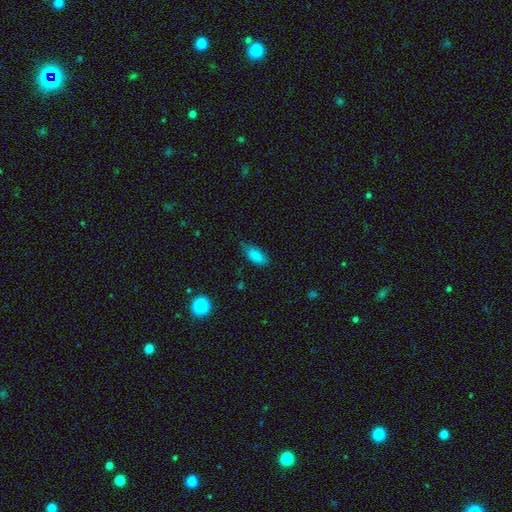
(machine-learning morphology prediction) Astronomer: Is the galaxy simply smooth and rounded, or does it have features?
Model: smooth — 85%.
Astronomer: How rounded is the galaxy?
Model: in between — 88%.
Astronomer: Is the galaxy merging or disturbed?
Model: none — 70%.